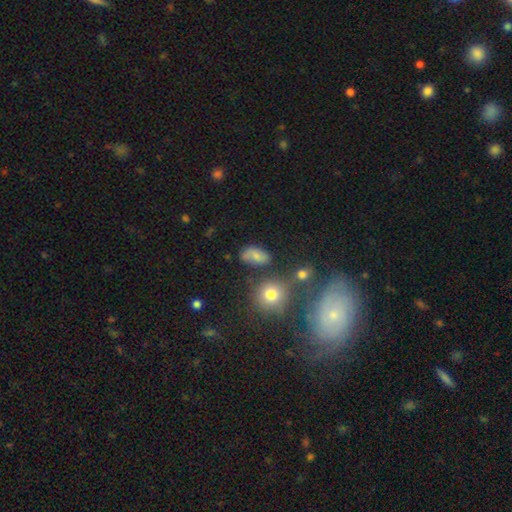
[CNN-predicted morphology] Smooth or featured?
  - smooth: 61% *
  - featured or disk: 25%
  - star or artifact: 14%
How rounded?
  - in between: 82% *
  - round: 15%
  - cigar-shaped: 3%
Merging?
  - none: 66% *
  - minor disturbance: 21%
  - major disturbance: 7%
  - merger: 6%